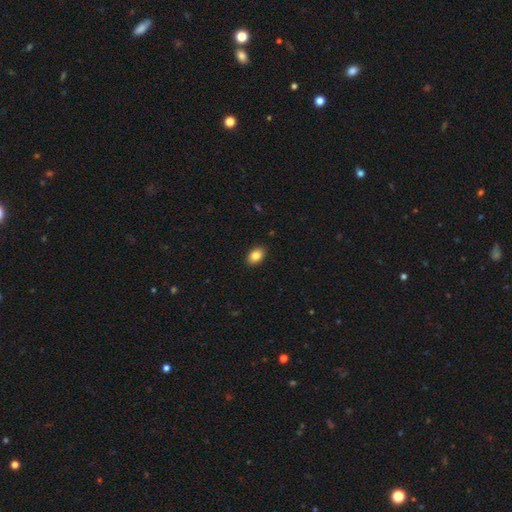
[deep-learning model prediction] smooth 85%, star or artifact 8%, featured or disk 7%. Down the decision tree: how rounded — in between (81%); merging — none (90%).